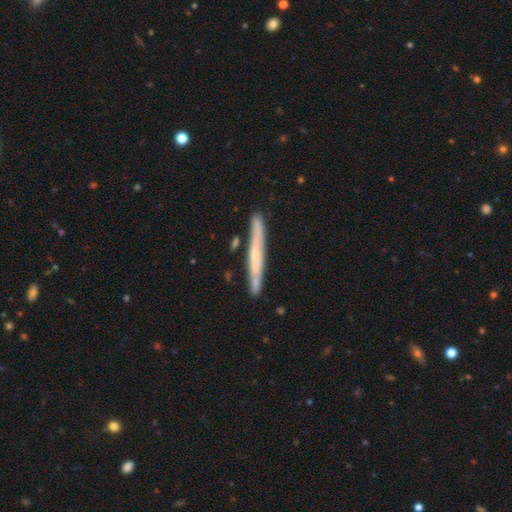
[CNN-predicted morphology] This appears to be a featured or disk galaxy (52%) viewed edge-on (92%). Merging: none (85%).